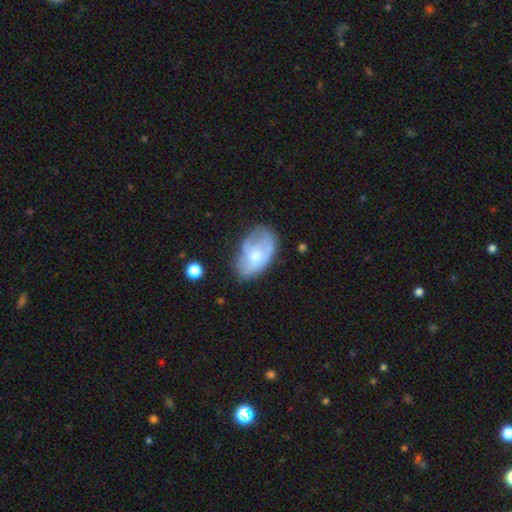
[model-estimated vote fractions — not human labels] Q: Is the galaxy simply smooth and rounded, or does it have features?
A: featured or disk — 47%.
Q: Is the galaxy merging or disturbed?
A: none — 53%.